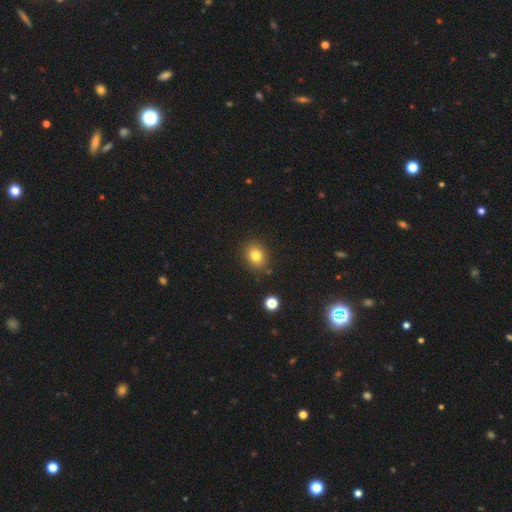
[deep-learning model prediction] A smooth galaxy with no disk features (81%) that is round (51%). Merging: none (85%).